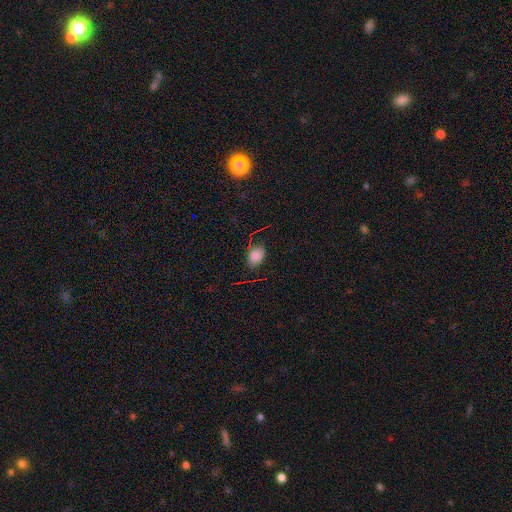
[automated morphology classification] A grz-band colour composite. It shows a smooth galaxy with no disk features (77%) that is in between round and cigar-shaped (82%). Merging: none (73%).